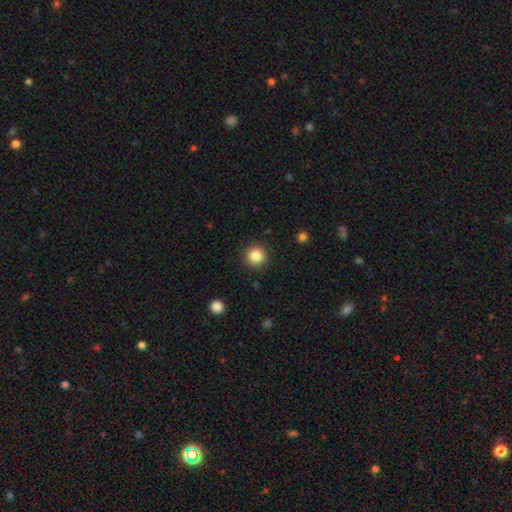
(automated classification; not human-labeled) Q: Smooth or featured?
A: smooth (85%); runner-up: star or artifact (10%)
Q: How rounded?
A: round (95%); runner-up: in between (4%)
Q: Merging?
A: none (91%); runner-up: minor disturbance (6%)